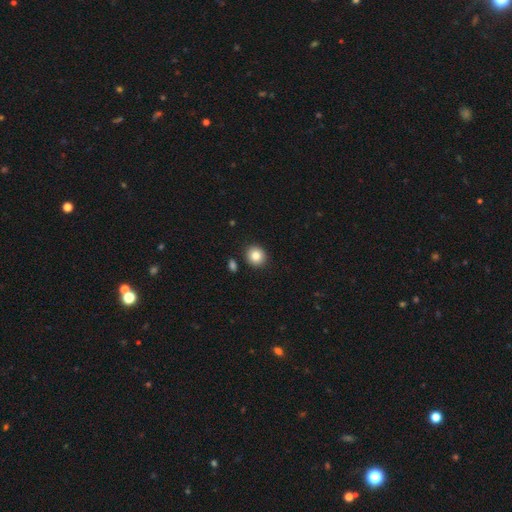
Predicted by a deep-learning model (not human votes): A smooth galaxy with no disk features (84%) that is round (84%).

Vote fractions:
- Smooth or featured? smooth: 84% / star or artifact: 9% / featured or disk: 7%
- How rounded? round: 84% / in between: 15% / cigar-shaped: 1%
- Merging? none: 88% / minor disturbance: 7% / merger: 3% / major disturbance: 2%